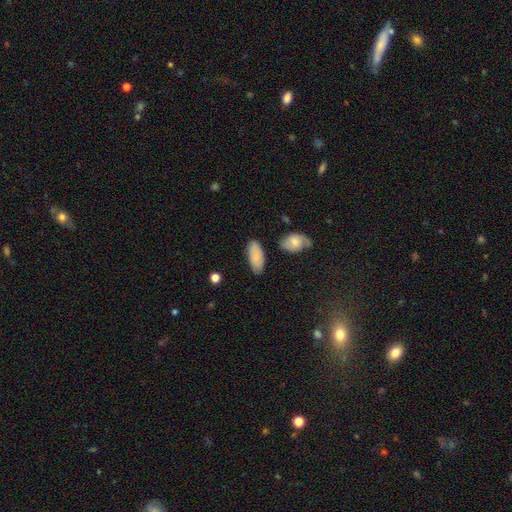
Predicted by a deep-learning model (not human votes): The model was most divided on "merging": none: 78%, minor disturbance: 15%, merger: 4%, major disturbance: 3%. More confident: how rounded — in between (89%); smooth or featured — smooth (82%).